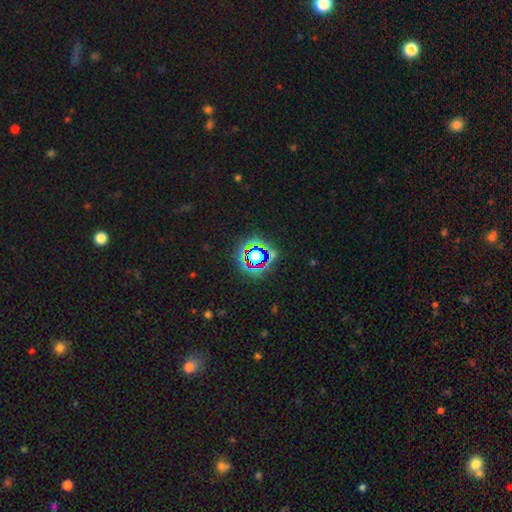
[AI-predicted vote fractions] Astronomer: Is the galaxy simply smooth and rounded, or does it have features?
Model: star or artifact — 63%.